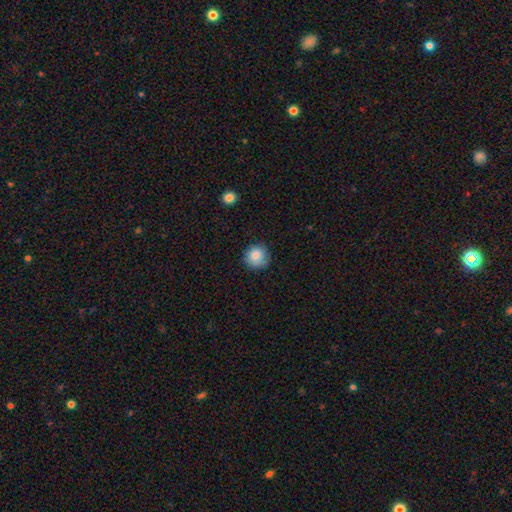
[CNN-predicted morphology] A smooth galaxy with no disk features (83%) that is round (91%). Merging: none (78%).